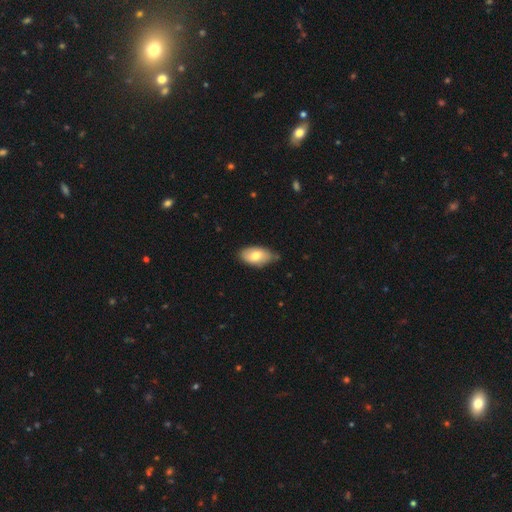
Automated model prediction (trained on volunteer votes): Smooth or featured? Predicted: smooth (p=0.75). How rounded? Predicted: in between (p=0.94). Merging? Predicted: none (p=0.69).